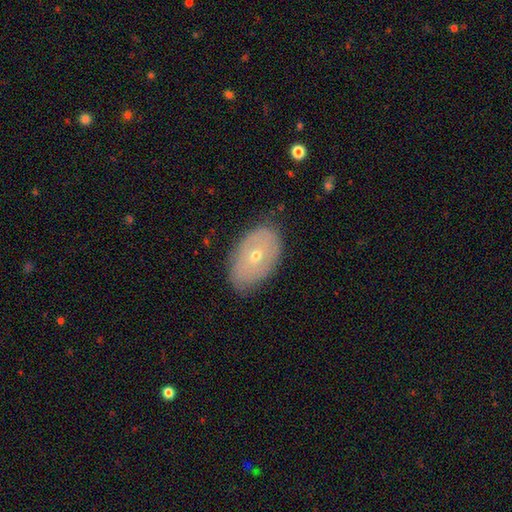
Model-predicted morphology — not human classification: A featured or disk galaxy (48%). Merging: none (75%).